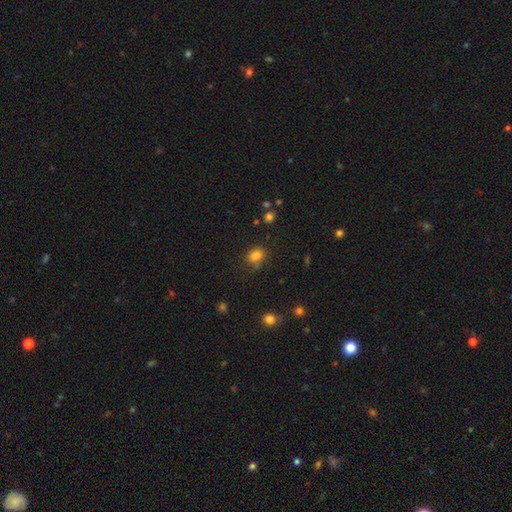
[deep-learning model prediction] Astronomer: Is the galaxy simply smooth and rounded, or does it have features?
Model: smooth — 81%.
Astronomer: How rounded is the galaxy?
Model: round — 60% (runner-up: in between, 39%).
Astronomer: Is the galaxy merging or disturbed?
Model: none — 70%.